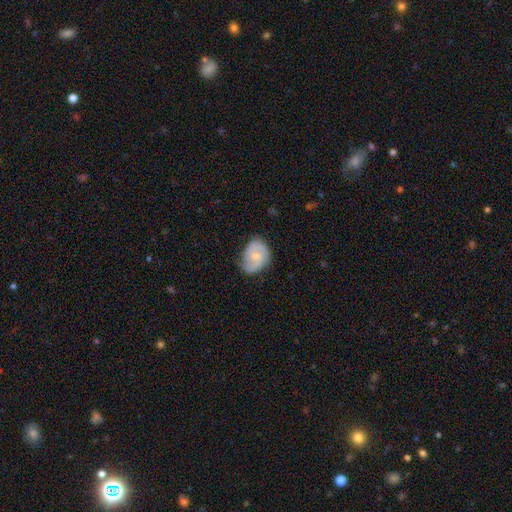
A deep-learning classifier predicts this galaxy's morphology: Smooth or featured? featured or disk (67%)
Edge-on disk? no (97%)
Bar? no (53%)
Spiral arms? yes (92%)
Spiral winding? medium (48%)
Spiral arm count? 2 (79%)
Bulge size? small (51%)
Merging? none (67%)